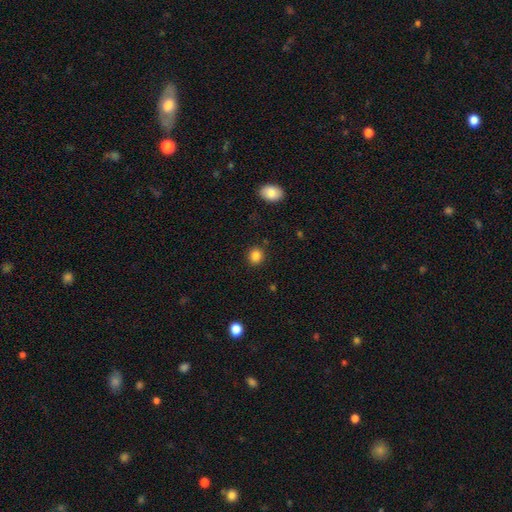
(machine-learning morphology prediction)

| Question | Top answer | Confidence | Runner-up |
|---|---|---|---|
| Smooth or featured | smooth | 85% | star or artifact (11%) |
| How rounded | round | 79% | in between (20%) |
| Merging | none | 89% | minor disturbance (7%) |